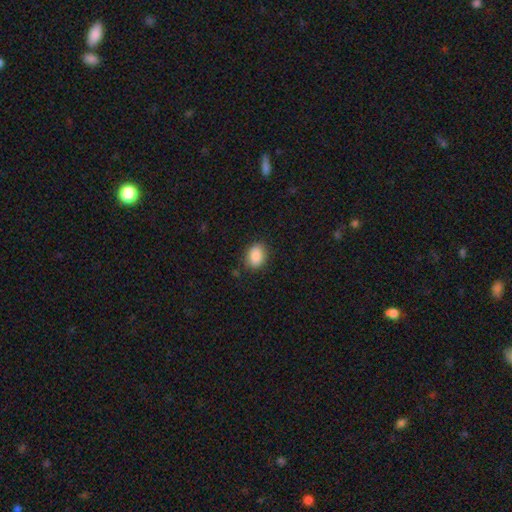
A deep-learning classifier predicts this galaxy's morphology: Smooth or featured? smooth (88%)
How rounded? in between (72%)
Merging? none (84%)